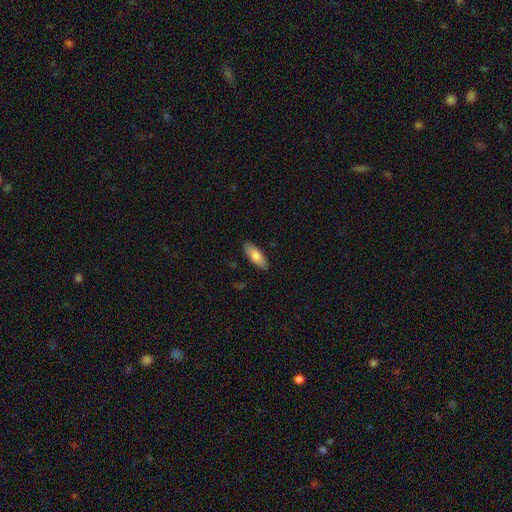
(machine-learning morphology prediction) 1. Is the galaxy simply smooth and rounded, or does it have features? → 81% smooth, 13% featured or disk, 6% star or artifact.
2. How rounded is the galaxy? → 76% in between, 22% cigar-shaped, 2% round.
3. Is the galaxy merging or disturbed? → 88% none, 9% minor disturbance, 2% major disturbance, 1% merger.